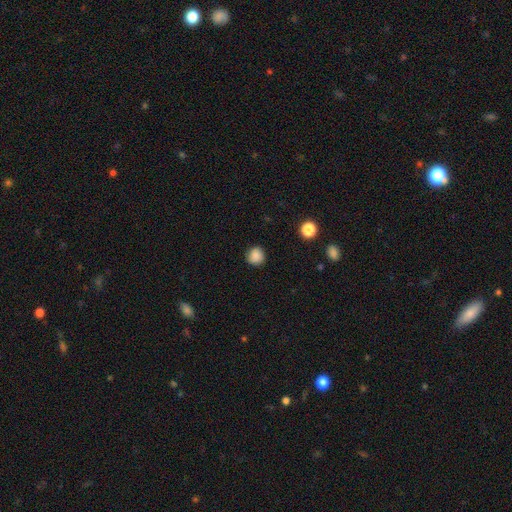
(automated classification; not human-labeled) smooth-or-featured: smooth: 86% | star or artifact: 10% | featured or disk: 3%
  how-rounded: round: 90% | in between: 9% | cigar-shaped: 1%
  merging: none: 88% | minor disturbance: 9% | major disturbance: 2% | merger: 1%